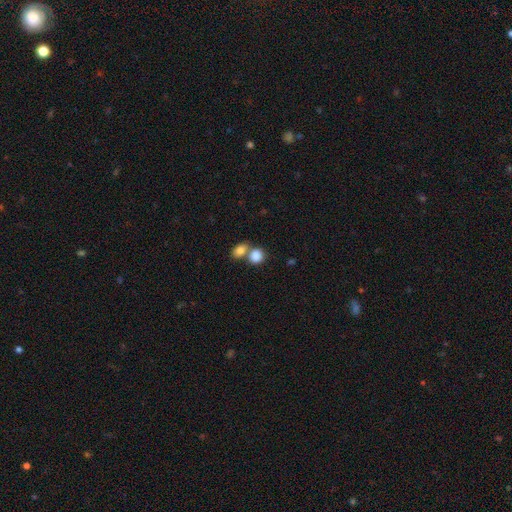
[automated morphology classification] Overall: smooth (85%). How rounded: round (59%; in between 40%). Merging: merger (49%; none 39%).